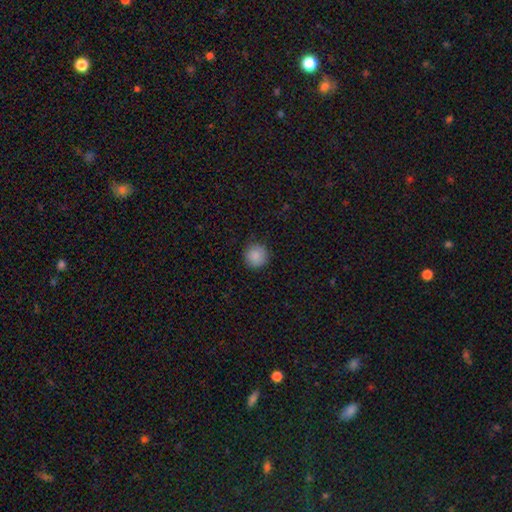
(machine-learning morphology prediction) This appears to be a smooth galaxy with no disk features (87%) that is round (95%). Merging: none (89%).